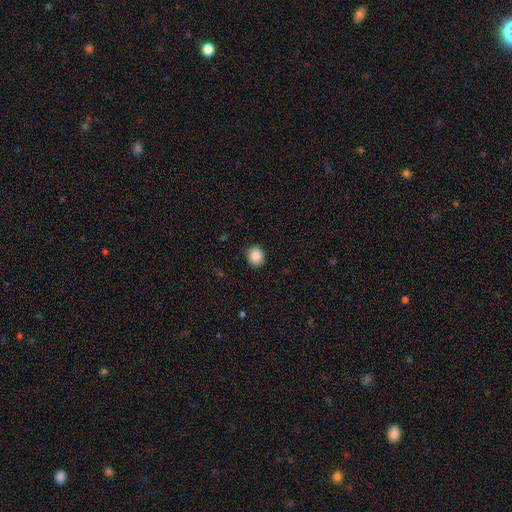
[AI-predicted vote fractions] smooth-or-featured: smooth: 86% | star or artifact: 9% | featured or disk: 5%
  how-rounded: round: 62% | in between: 37% | cigar-shaped: 1%
  merging: none: 90% | minor disturbance: 7% | major disturbance: 2% | merger: 1%